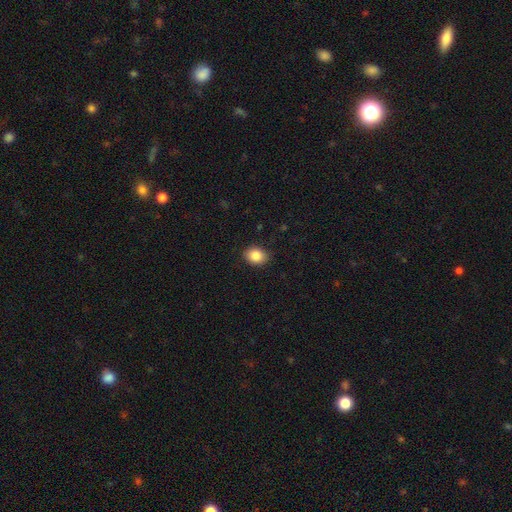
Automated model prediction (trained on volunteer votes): Overall: smooth (86%). How rounded: in between (55%; round 44%). Merging: none (88%).